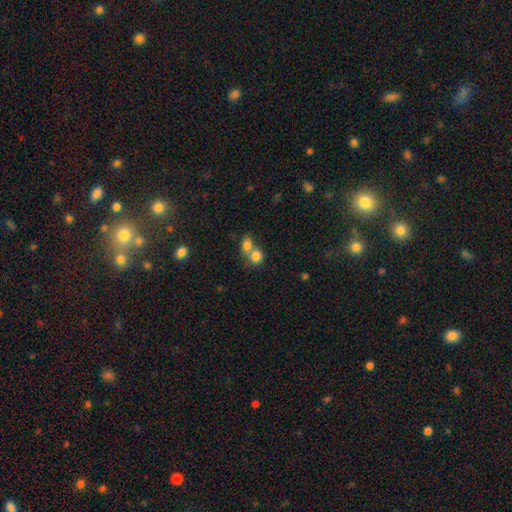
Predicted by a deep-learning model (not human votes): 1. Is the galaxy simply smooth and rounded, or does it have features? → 80% smooth, 10% featured or disk, 10% star or artifact.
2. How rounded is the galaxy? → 68% round, 30% in between, 1% cigar-shaped.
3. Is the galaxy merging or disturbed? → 62% merger, 29% none, 6% minor disturbance, 3% major disturbance.